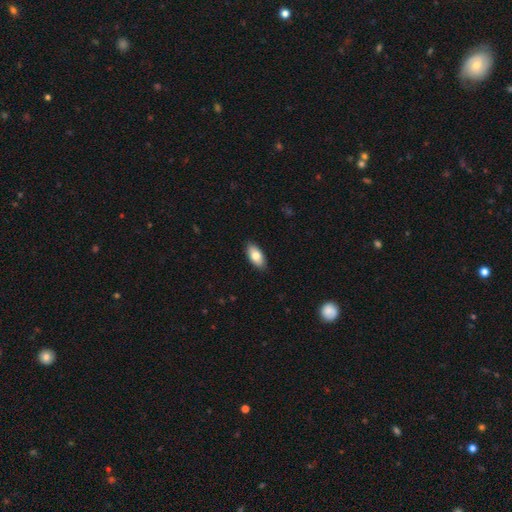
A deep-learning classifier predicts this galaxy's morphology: Smooth or featured: smooth — 79% (featured or disk — 15%)
How rounded: in between — 92% (cigar-shaped — 6%)
Merging: none — 89% (minor disturbance — 9%)